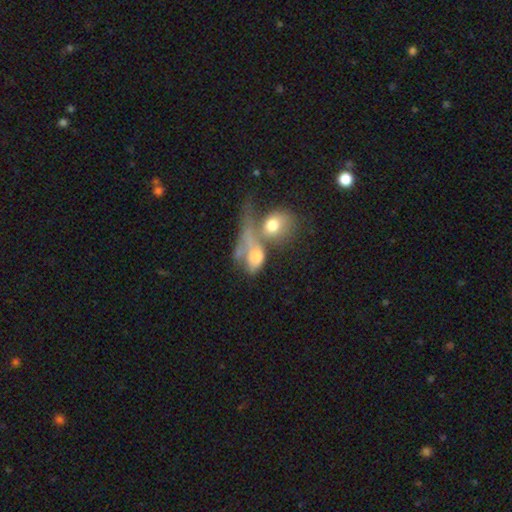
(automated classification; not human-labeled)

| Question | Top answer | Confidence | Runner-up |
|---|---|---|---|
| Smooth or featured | smooth | 60% | featured or disk (31%) |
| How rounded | in between | 68% | round (26%) |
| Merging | merger | 54% | major disturbance (21%) |